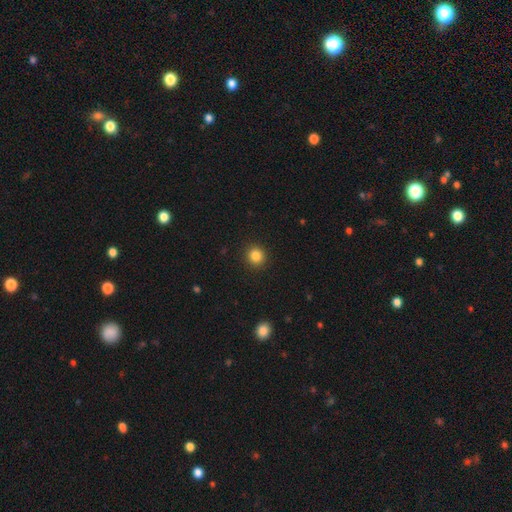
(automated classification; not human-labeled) Smooth or featured? smooth (85%)
How rounded? round (90%)
Merging? none (92%)